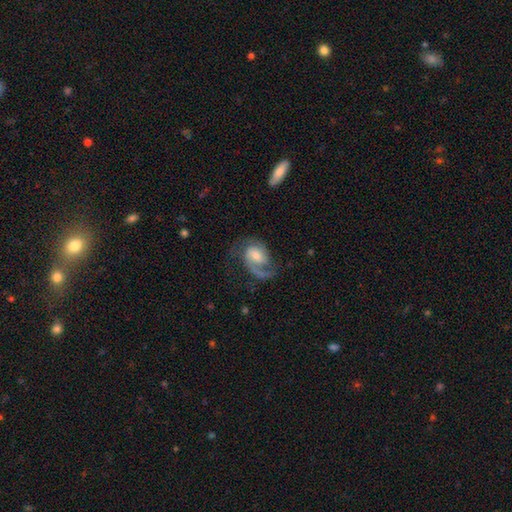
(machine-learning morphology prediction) A featured or disk galaxy (82%) with no bar (49%), 2 (49%) medium (48%) spiral arms (95%) and a moderate central bulge (47%).

Vote fractions:
- Smooth or featured? featured or disk: 82% / smooth: 12% / star or artifact: 6%
- Edge-on disk? no: 97% / yes: 3%
- Bar? no: 49% / weak: 40% / strong: 11%
- Spiral arms? yes: 95% / no: 5%
- Spiral winding? medium: 48% / loose: 28% / tight: 24%
- Spiral arm count? 2: 49% / 1: 42% / can't tell: 5% / 3: 2% / 4: 1% / more than 4: 1%
- Bulge size? moderate: 47% / small: 41% / large: 7% / none: 4% / dominant: 1%
- Merging? none: 57% / major disturbance: 22% / minor disturbance: 18% / merger: 2%